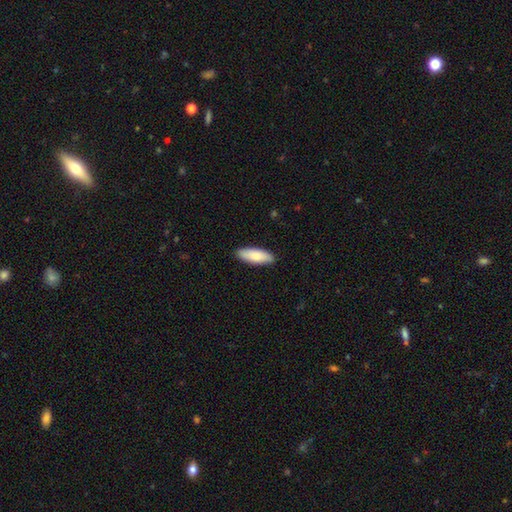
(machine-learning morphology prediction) Overall: smooth (82%). How rounded: in between (64%; cigar-shaped 34%). Merging: none (88%).